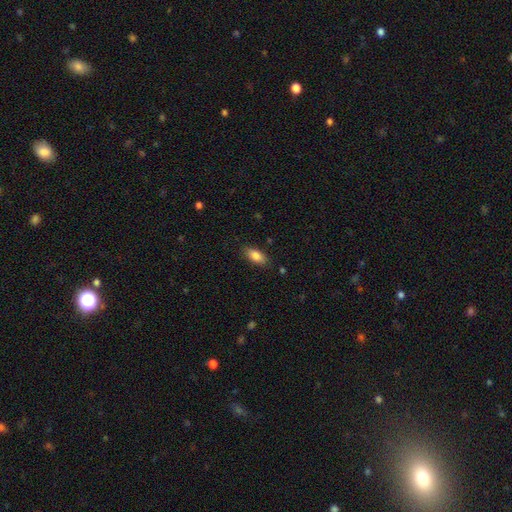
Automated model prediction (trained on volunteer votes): A smooth galaxy with no disk features (84%) that is in between round and cigar-shaped (88%).

Vote fractions:
- Smooth or featured? smooth: 84% / featured or disk: 8% / star or artifact: 7%
- How rounded? in between: 88% / cigar-shaped: 9% / round: 3%
- Merging? none: 86% / minor disturbance: 11% / major disturbance: 2% / merger: 1%